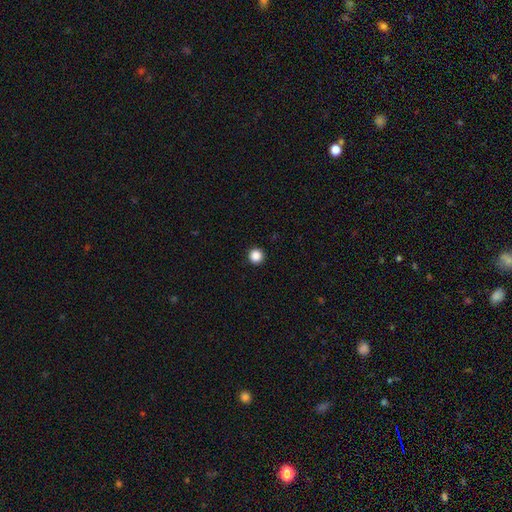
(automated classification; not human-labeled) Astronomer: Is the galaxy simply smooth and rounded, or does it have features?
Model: smooth — 87%.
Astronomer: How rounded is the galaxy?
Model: round — 96%.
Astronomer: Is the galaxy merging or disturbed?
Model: none — 94%.